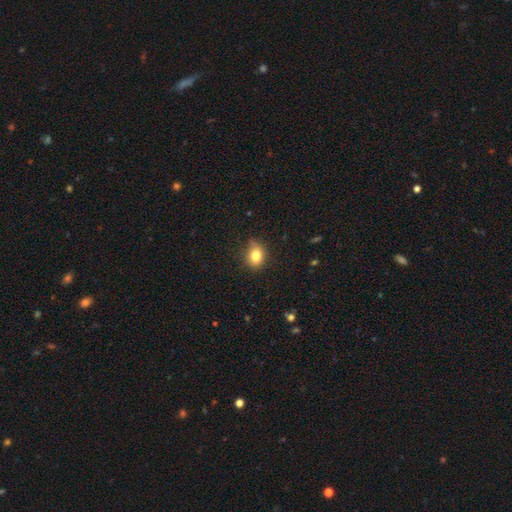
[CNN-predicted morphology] A smooth galaxy with no disk features (80%) that is round (51%). Merging: none (72%).